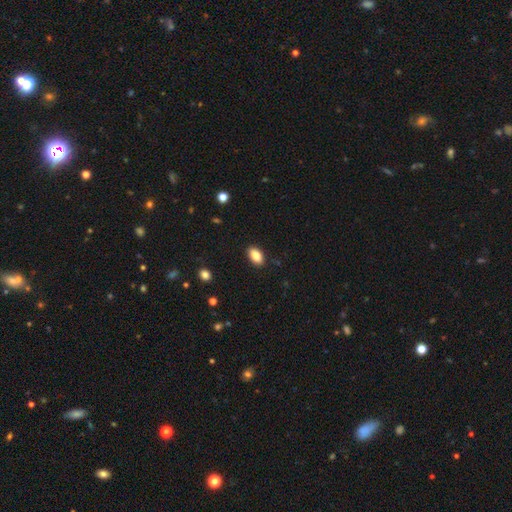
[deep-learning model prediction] Overall: smooth (85%). How rounded: in between (91%). Merging: none (89%).